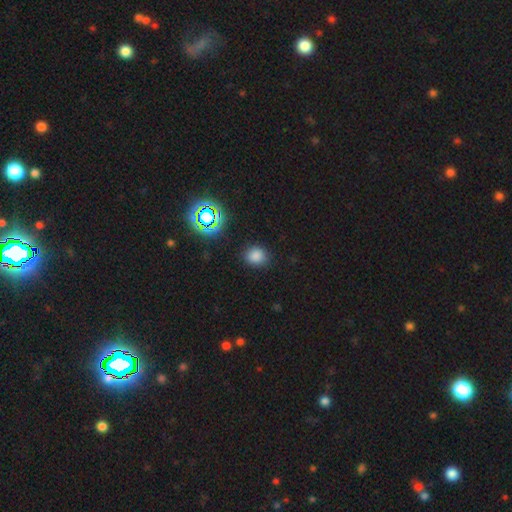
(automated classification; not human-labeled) smooth_or_featured: smooth (p=0.76) [alt: star or artifact p=0.18]
how_rounded: round (p=0.68) [alt: in between p=0.31]
merging: none (p=0.84) [alt: minor disturbance p=0.11]